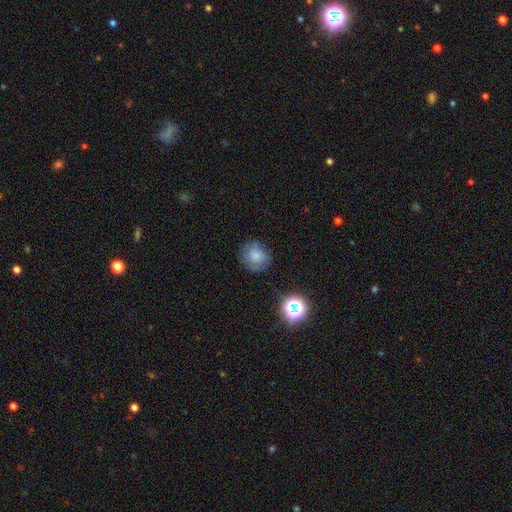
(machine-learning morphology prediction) A smooth galaxy with no disk features (64%) that is round (82%).

Vote fractions:
- Smooth or featured? smooth: 64% / featured or disk: 23% / star or artifact: 13%
- How rounded? round: 82% / in between: 17% / cigar-shaped: 1%
- Merging? none: 73% / minor disturbance: 18% / major disturbance: 6% / merger: 2%